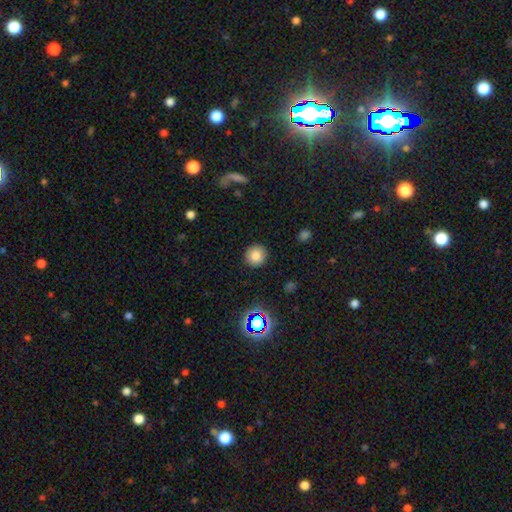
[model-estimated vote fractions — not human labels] Overall: smooth (80%). How rounded: round (92%). Merging: none (90%).